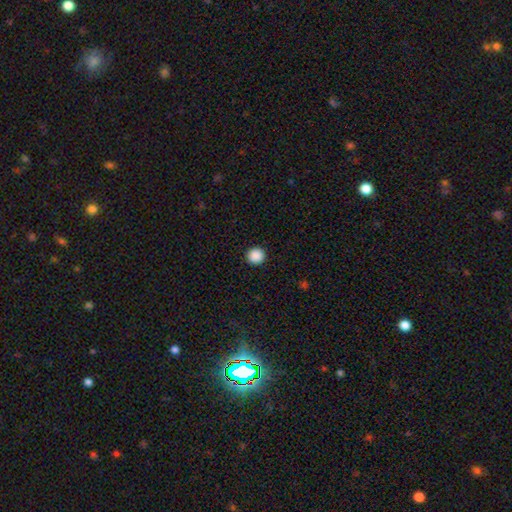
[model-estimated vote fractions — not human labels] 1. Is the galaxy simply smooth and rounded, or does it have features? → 89% smooth, 9% star or artifact, 2% featured or disk.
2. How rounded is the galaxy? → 94% round, 5% in between, 1% cigar-shaped.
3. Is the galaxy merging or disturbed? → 93% none, 4% minor disturbance, 2% major disturbance, 1% merger.